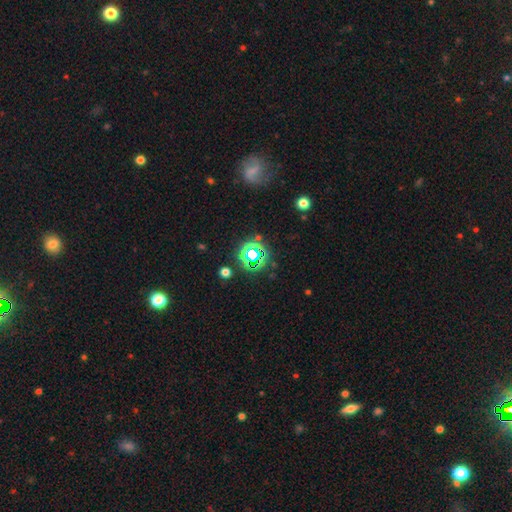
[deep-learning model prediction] Morphology: type=star or artifact (68%).